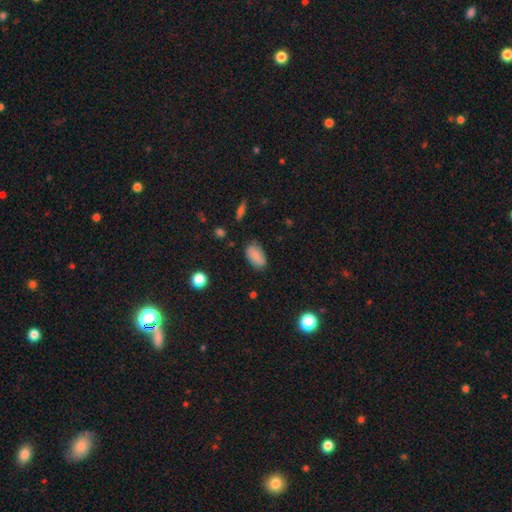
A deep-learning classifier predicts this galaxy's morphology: smooth-or-featured: smooth: 79% | featured or disk: 13% | star or artifact: 8%
  how-rounded: in between: 93% | round: 4% | cigar-shaped: 3%
  merging: none: 75% | minor disturbance: 19% | major disturbance: 4% | merger: 2%